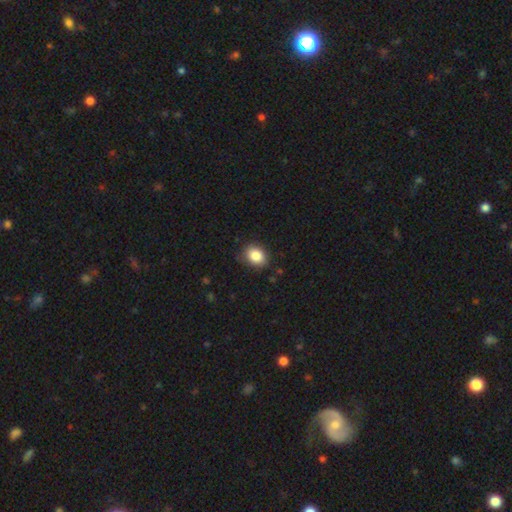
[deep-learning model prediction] This appears to be a smooth galaxy with no disk features (85%) that is in between round and cigar-shaped (55%). Merging: none (82%).